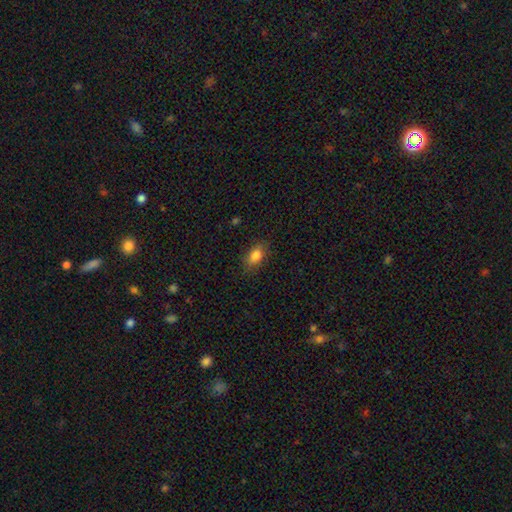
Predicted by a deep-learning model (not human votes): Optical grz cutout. It shows a smooth galaxy with no disk features (85%) that is in between round and cigar-shaped (86%). Merging: none (83%).